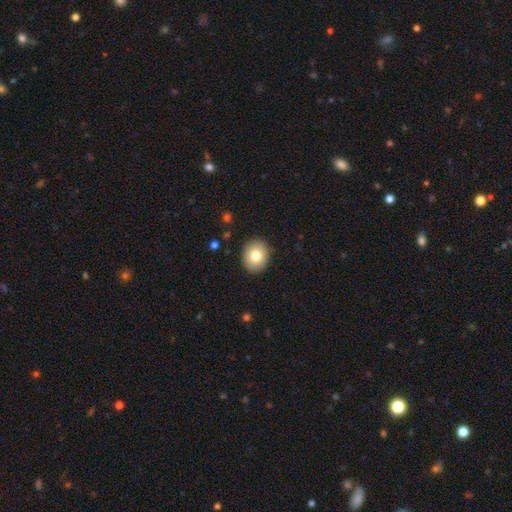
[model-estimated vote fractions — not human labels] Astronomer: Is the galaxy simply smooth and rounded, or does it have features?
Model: smooth — 79%.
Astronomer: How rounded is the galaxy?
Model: round — 64%.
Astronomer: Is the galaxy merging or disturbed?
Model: none — 90%.